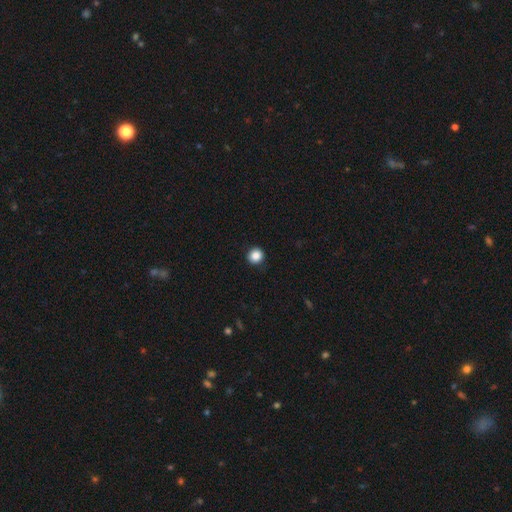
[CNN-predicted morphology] smooth-or-featured: smooth: 87% | star or artifact: 10% | featured or disk: 3%
  how-rounded: round: 93% | in between: 6% | cigar-shaped: 1%
  merging: none: 92% | minor disturbance: 5% | major disturbance: 2% | merger: 1%